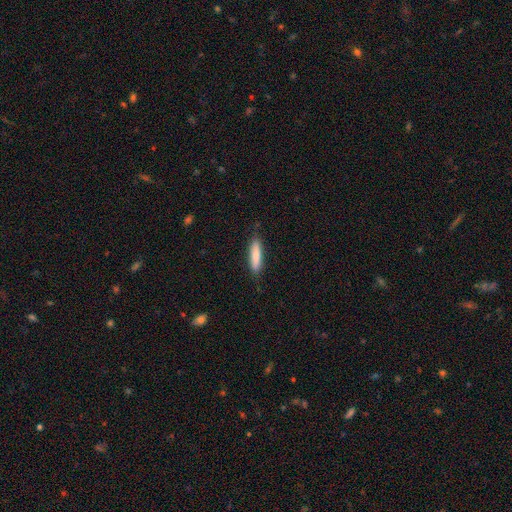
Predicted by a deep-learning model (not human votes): This is likely a smooth galaxy (78%). How rounded: likely cigar-shaped (75%). Merging: clearly none (82%).